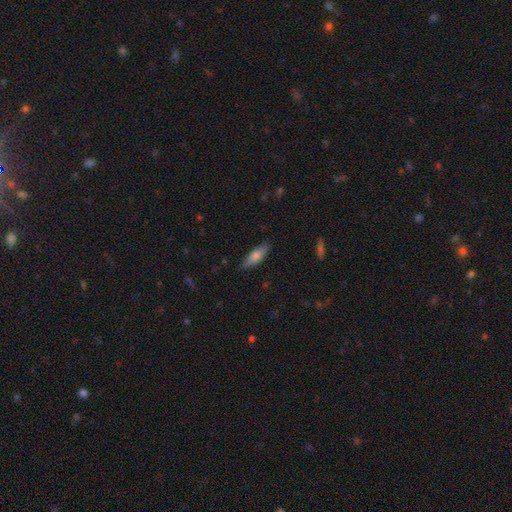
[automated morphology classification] smooth_or_featured: smooth (p=0.68) [alt: featured or disk p=0.26]
how_rounded: cigar-shaped (p=0.52) [alt: in between p=0.46]
merging: none (p=0.85) [alt: minor disturbance p=0.12]